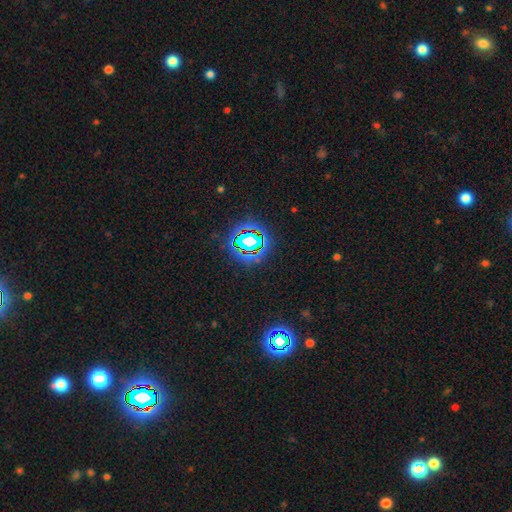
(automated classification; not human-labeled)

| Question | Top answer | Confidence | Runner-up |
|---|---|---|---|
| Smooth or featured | star or artifact | 77% | smooth (15%) |